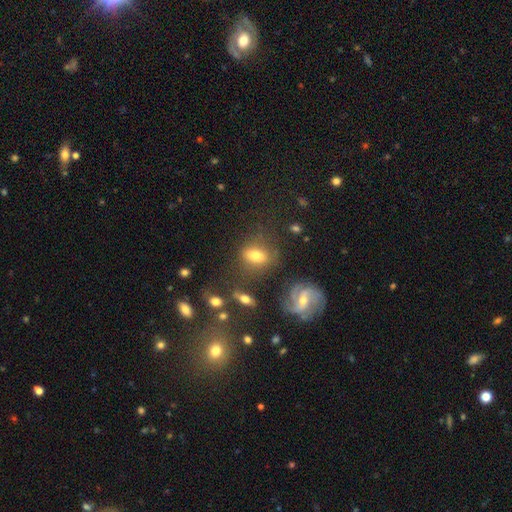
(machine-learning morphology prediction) Smooth or featured? Predicted: smooth (p=0.61). How rounded? Predicted: in between (p=0.71). Merging? Predicted: none (p=0.68).